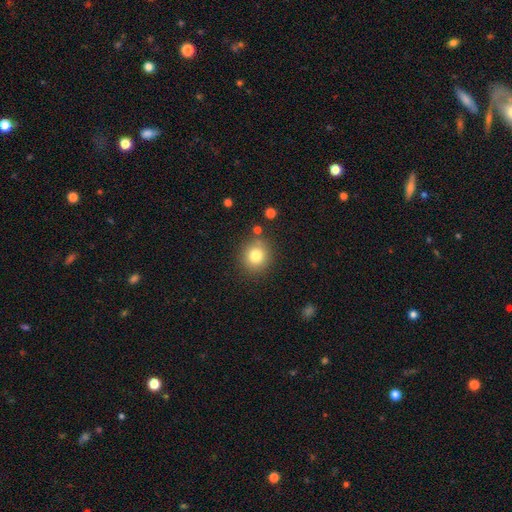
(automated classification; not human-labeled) smooth 80%, star or artifact 11%, featured or disk 8%. Down the decision tree: how rounded — round (85%); merging — none (84%).